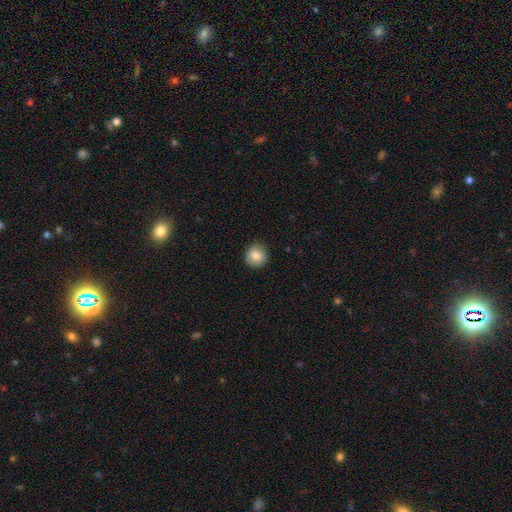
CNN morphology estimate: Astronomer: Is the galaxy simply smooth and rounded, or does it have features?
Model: smooth — 85%.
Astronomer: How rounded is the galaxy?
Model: round — 91%.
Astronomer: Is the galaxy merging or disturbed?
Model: none — 89%.